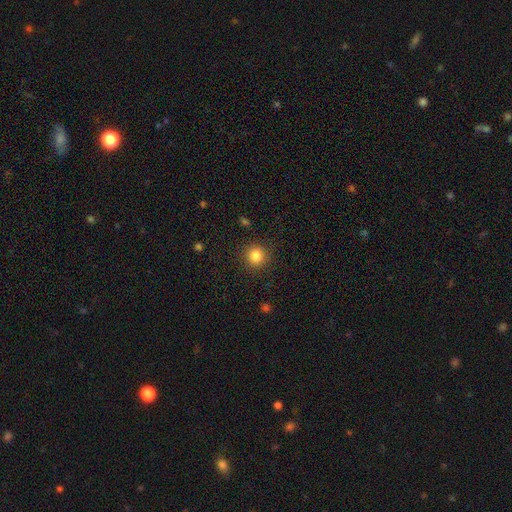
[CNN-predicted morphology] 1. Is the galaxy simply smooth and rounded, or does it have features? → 84% smooth, 11% star or artifact, 5% featured or disk.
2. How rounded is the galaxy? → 93% round, 6% in between, 1% cigar-shaped.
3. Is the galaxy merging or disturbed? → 90% none, 6% minor disturbance, 2% major disturbance, 1% merger.